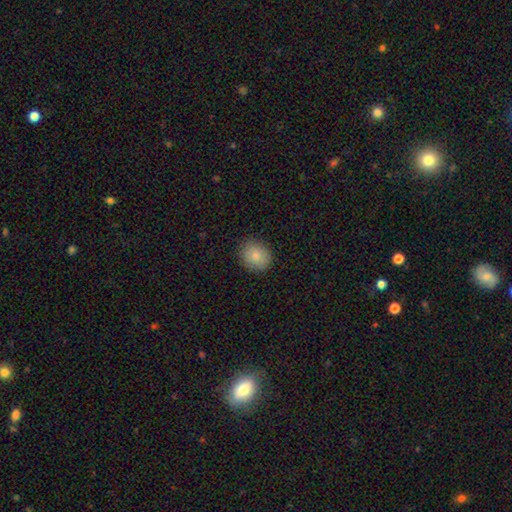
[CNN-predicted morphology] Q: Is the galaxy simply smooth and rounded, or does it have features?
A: smooth — 84%.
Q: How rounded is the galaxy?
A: round — 71%.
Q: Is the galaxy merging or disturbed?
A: none — 87%.